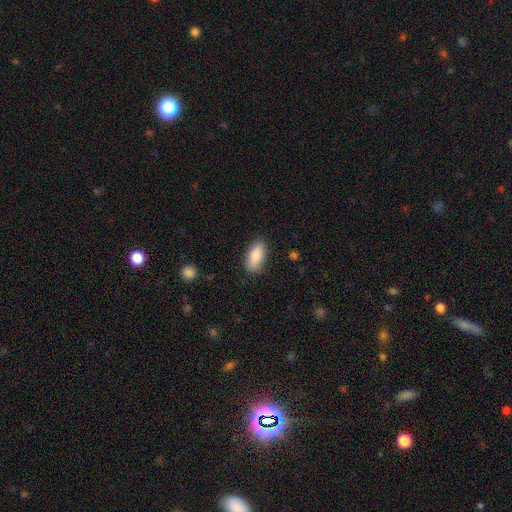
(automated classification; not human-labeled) Smooth or featured?
  - smooth: 87% *
  - star or artifact: 6%
  - featured or disk: 6%
How rounded?
  - in between: 89% *
  - cigar-shaped: 8%
  - round: 3%
Merging?
  - none: 84% *
  - minor disturbance: 12%
  - major disturbance: 3%
  - merger: 1%